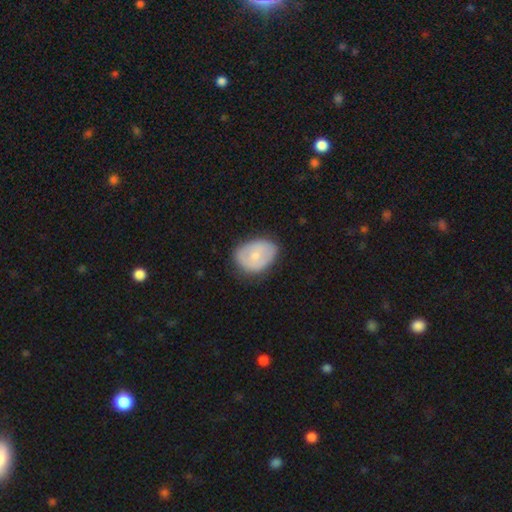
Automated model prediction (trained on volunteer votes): Q: Smooth or featured?
A: smooth (62%); runner-up: featured or disk (32%)
Q: How rounded?
A: in between (69%); runner-up: round (30%)
Q: Merging?
A: none (68%); runner-up: minor disturbance (24%)